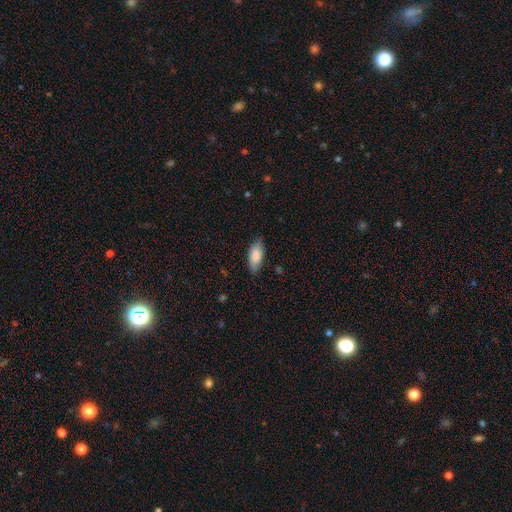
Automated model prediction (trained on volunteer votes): Smooth or featured?
  - smooth: 83% *
  - featured or disk: 11%
  - star or artifact: 6%
How rounded?
  - in between: 83% *
  - cigar-shaped: 15%
  - round: 2%
Merging?
  - none: 79% *
  - minor disturbance: 17%
  - major disturbance: 3%
  - merger: 1%